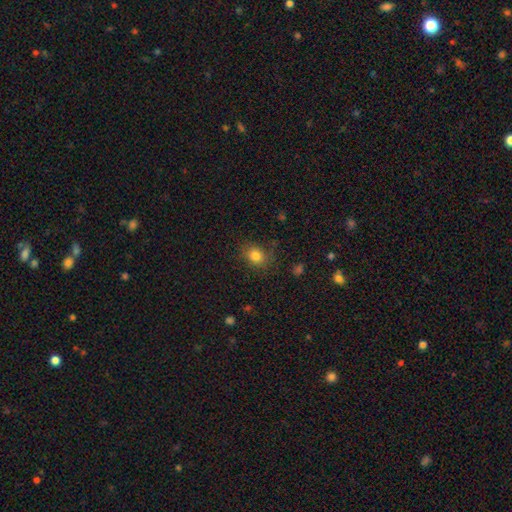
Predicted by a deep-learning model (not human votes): Smooth or featured? Predicted: smooth (p=0.82). How rounded? Predicted: round (p=0.56). Merging? Predicted: none (p=0.78).